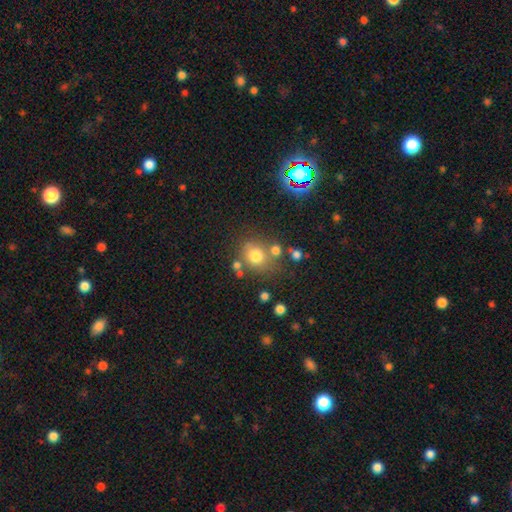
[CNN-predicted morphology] Smooth or featured?
  - smooth: 73% *
  - star or artifact: 15%
  - featured or disk: 12%
How rounded?
  - round: 74% *
  - in between: 25%
  - cigar-shaped: 1%
Merging?
  - none: 63% *
  - merger: 16%
  - minor disturbance: 14%
  - major disturbance: 7%